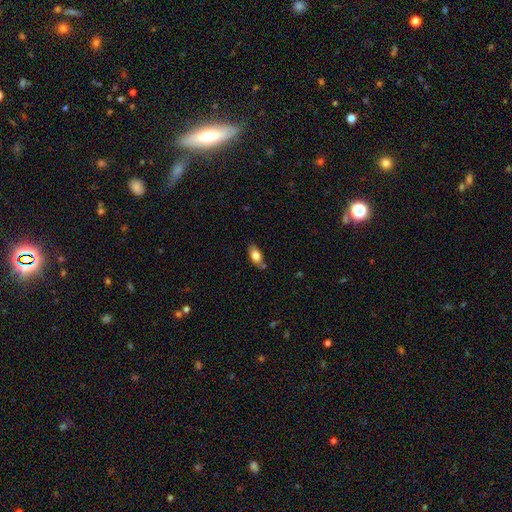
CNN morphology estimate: A smooth galaxy with no disk features (80%) that is in between round and cigar-shaped (89%). Merging: none (73%).